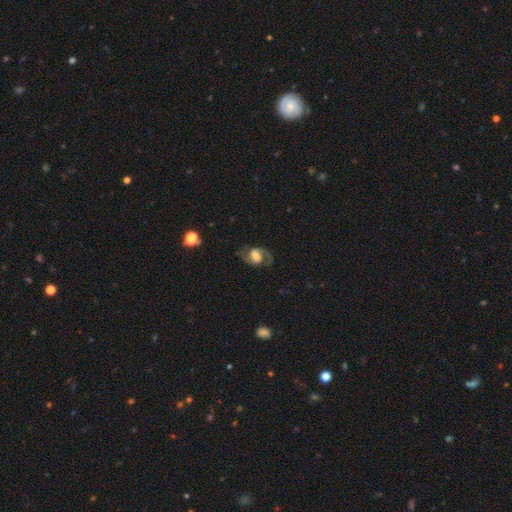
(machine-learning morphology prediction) A featured or disk galaxy (77%) with a weak bar (47%), 2 (91%) medium (55%) spiral arms (92%) and a large central bulge (38%). Merging: none (75%).